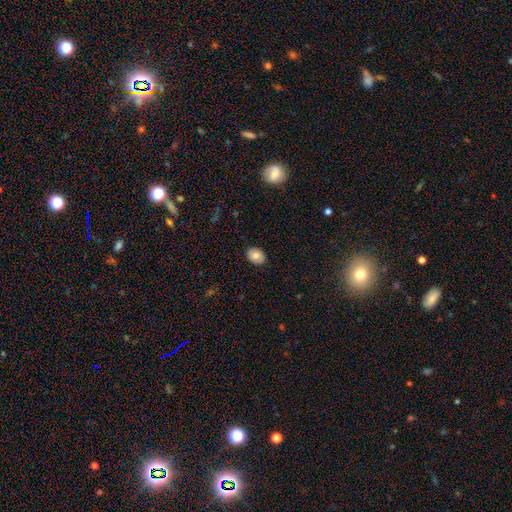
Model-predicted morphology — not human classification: smooth 77%, featured or disk 15%, star or artifact 8%. Down the decision tree: how rounded — in between (69%); merging — none (87%).